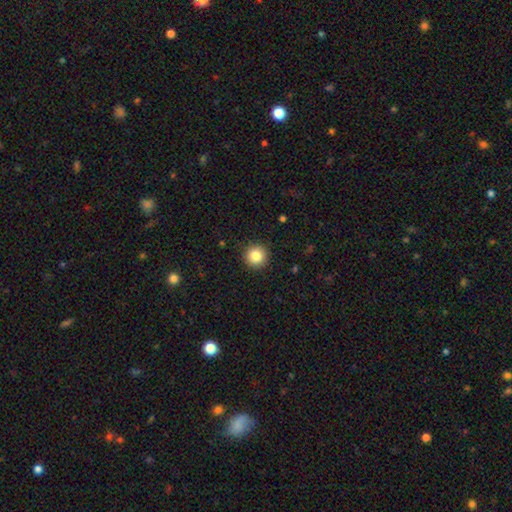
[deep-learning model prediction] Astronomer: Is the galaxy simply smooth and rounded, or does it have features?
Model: smooth — 84%.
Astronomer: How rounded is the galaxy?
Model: round — 95%.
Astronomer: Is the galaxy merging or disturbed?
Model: none — 92%.